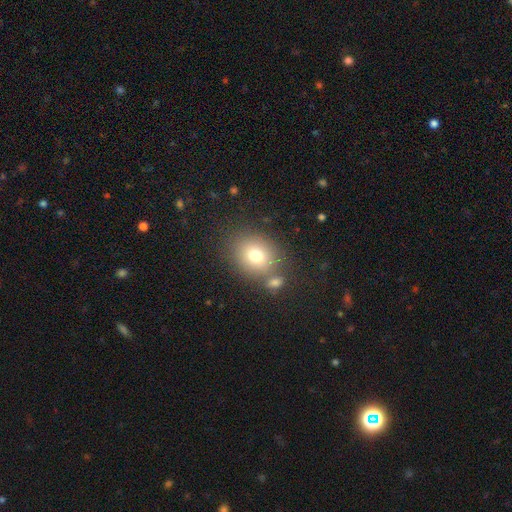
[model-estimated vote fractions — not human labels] Smooth or featured? Predicted: smooth (p=0.76). How rounded? Predicted: round (p=0.59). Merging? Predicted: none (p=0.70).